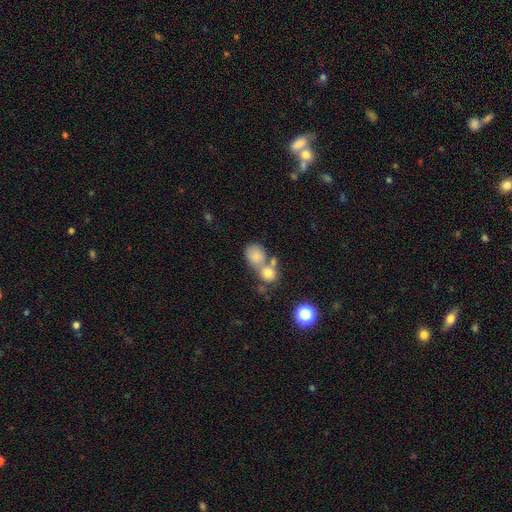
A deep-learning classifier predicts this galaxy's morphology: The model was most divided on "how rounded": round: 61%, in between: 38%, cigar-shaped: 1%. More confident: smooth or featured — smooth (76%); merging — merger (58%).